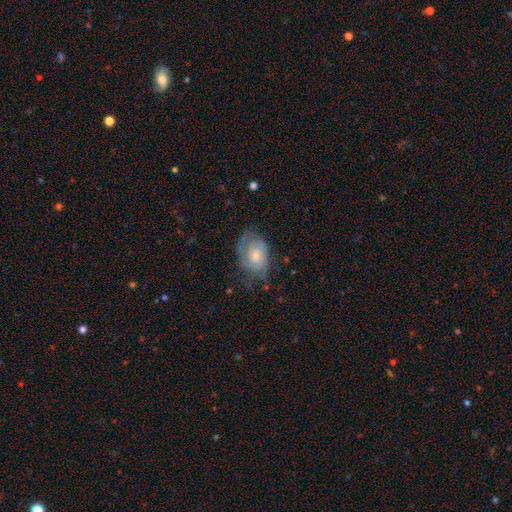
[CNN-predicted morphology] type=smooth (47%); merging=none (48%).